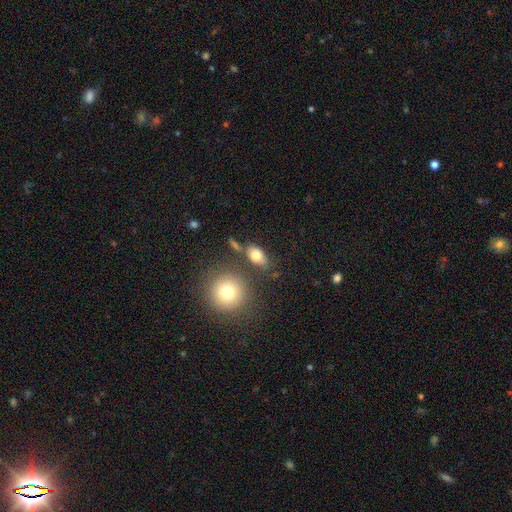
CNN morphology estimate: Smooth or featured?
  - smooth: 77% *
  - featured or disk: 13%
  - star or artifact: 10%
How rounded?
  - in between: 81% *
  - round: 16%
  - cigar-shaped: 3%
Merging?
  - none: 69% *
  - minor disturbance: 15%
  - merger: 11%
  - major disturbance: 5%